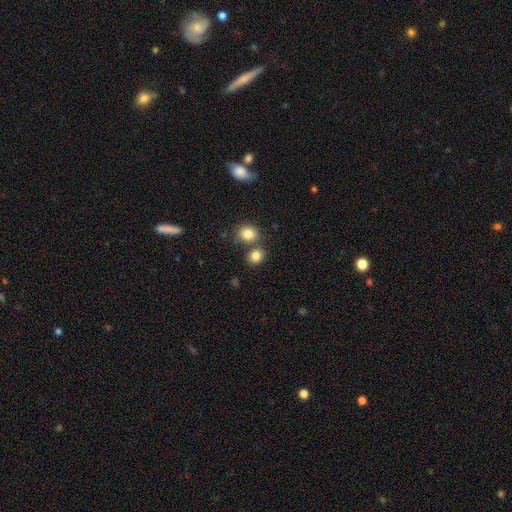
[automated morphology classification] Smooth or featured? Predicted: smooth (p=0.82). How rounded? Predicted: round (p=0.70). Merging? Predicted: none (p=0.61).